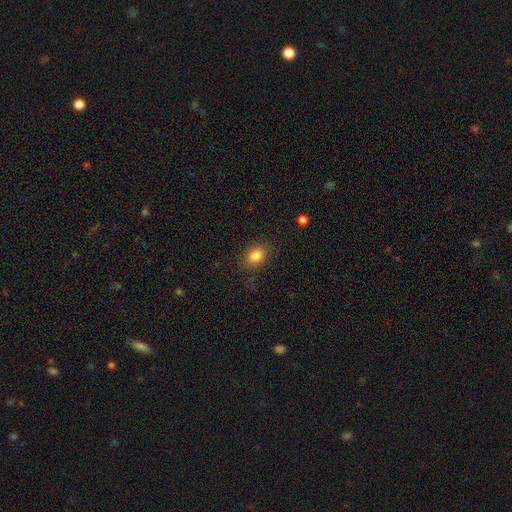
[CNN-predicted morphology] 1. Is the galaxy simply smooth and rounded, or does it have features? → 83% smooth, 10% star or artifact, 7% featured or disk.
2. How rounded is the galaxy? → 61% in between, 38% round, 1% cigar-shaped.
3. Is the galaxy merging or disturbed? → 83% none, 12% minor disturbance, 4% major disturbance, 1% merger.